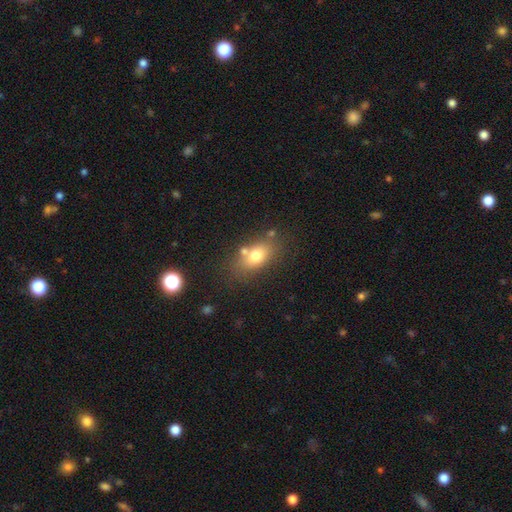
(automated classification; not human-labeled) smooth-or-featured: smooth: 73% | featured or disk: 16% | star or artifact: 11%
  how-rounded: in between: 79% | round: 17% | cigar-shaped: 4%
  merging: none: 66% | minor disturbance: 15% | merger: 14% | major disturbance: 6%